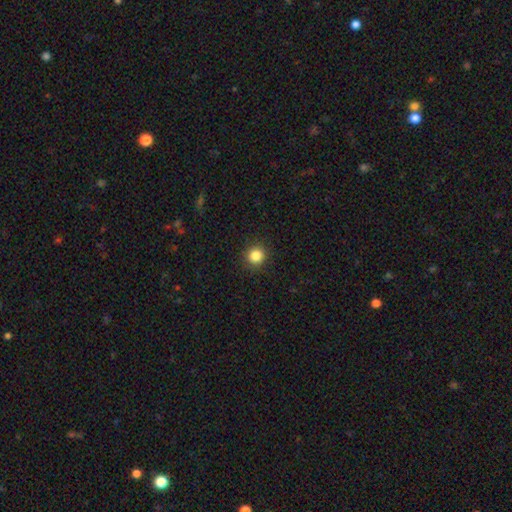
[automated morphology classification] A smooth galaxy with no disk features (84%) that is round (92%).

Vote fractions:
- Smooth or featured? smooth: 84% / star or artifact: 11% / featured or disk: 4%
- How rounded? round: 92% / in between: 7% / cigar-shaped: 1%
- Merging? none: 92% / minor disturbance: 5% / major disturbance: 2% / merger: 1%